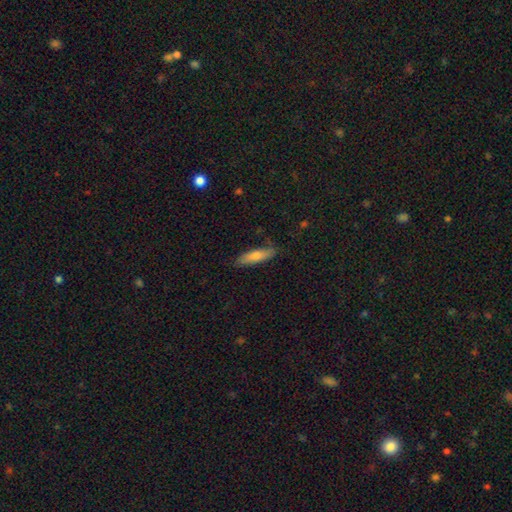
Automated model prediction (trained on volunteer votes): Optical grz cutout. It shows a smooth galaxy with no disk features (71%) that is cigar-shaped (72%). Merging: none (82%).